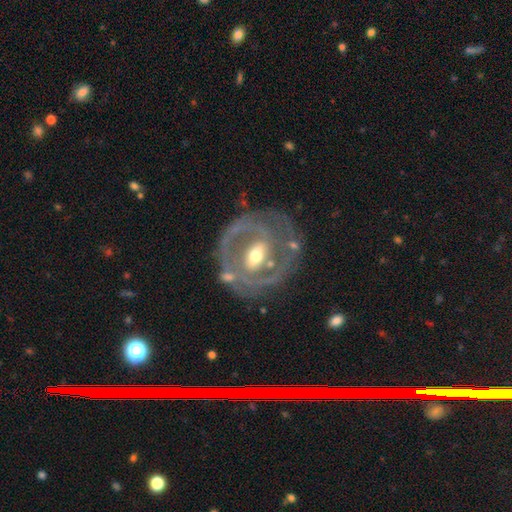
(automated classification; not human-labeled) smooth-or-featured: featured or disk: 83% | smooth: 12% | star or artifact: 5%
  disk-edge-on: no: 96% | yes: 4%
    bar: weak: 43% | strong: 33% | no: 24%
    has-spiral-arms: yes: 75% | no: 25%
      spiral-winding: tight: 55% | medium: 33% | loose: 11%
      spiral-arm-count: 2: 54% | can't tell: 22% | 3: 9% | 1: 9% | 4: 3% | more than 4: 3%
    bulge-size: moderate: 65% | small: 26% | large: 7% | none: 1% | dominant: 1%
  merging: none: 66% | minor disturbance: 19% | major disturbance: 11% | merger: 5%